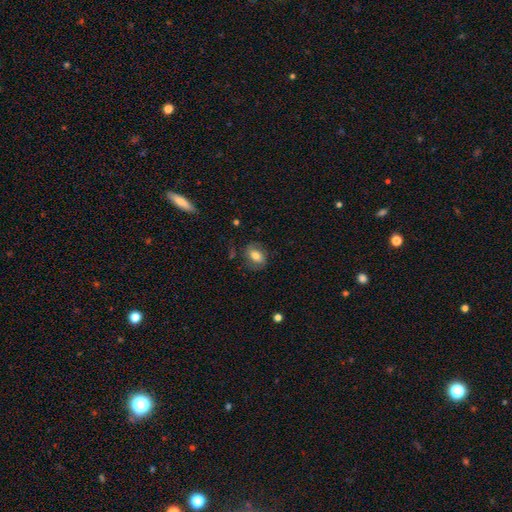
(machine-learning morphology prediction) Smooth or featured? smooth (60%)
How rounded? in between (77%)
Merging? none (66%)